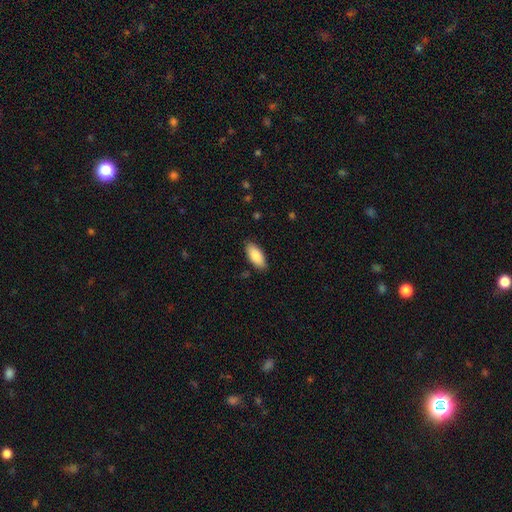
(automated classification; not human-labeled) smooth-or-featured: smooth: 86% | featured or disk: 8% | star or artifact: 6%
  how-rounded: in between: 88% | cigar-shaped: 10% | round: 2%
  merging: none: 87% | minor disturbance: 10% | major disturbance: 2% | merger: 1%